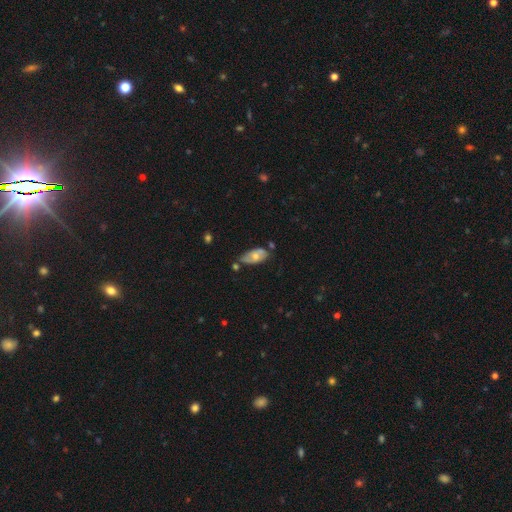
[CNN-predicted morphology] The model was most divided on "smooth or featured": smooth: 50%, featured or disk: 44%, star or artifact: 7%. More confident: merging — none (59%).